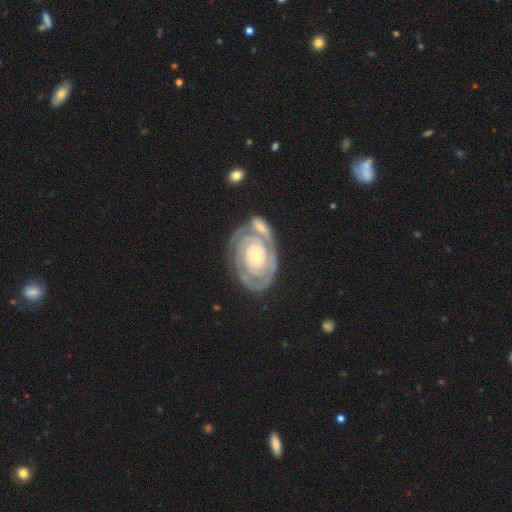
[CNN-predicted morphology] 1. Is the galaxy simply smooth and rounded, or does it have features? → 84% featured or disk, 11% smooth, 5% star or artifact.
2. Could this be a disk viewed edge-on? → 96% no, 4% yes.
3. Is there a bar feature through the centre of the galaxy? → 80% no, 14% weak, 6% strong.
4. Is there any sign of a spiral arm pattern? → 90% yes, 10% no.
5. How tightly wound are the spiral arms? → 84% tight, 12% medium, 4% loose.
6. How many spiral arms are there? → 39% 2, 34% can't tell, 10% 3, 9% 1, 5% 4, 4% more than 4.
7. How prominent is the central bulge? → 62% small, 31% moderate, 4% large, 1% none, 1% dominant.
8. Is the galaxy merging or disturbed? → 60% none, 17% merger, 16% minor disturbance, 7% major disturbance.